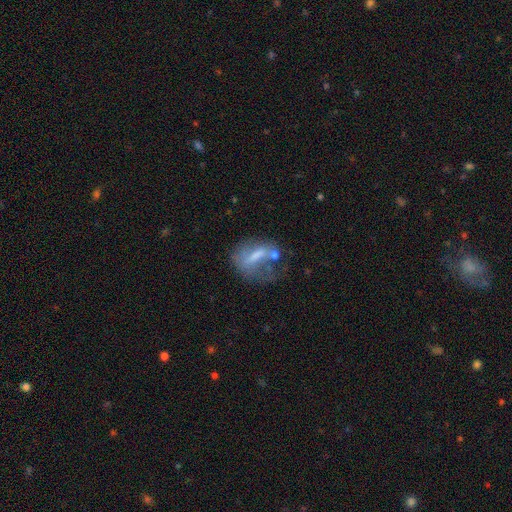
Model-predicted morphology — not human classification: Smooth or featured? Predicted: featured or disk (p=0.45). Merging? Predicted: major disturbance (p=0.36).